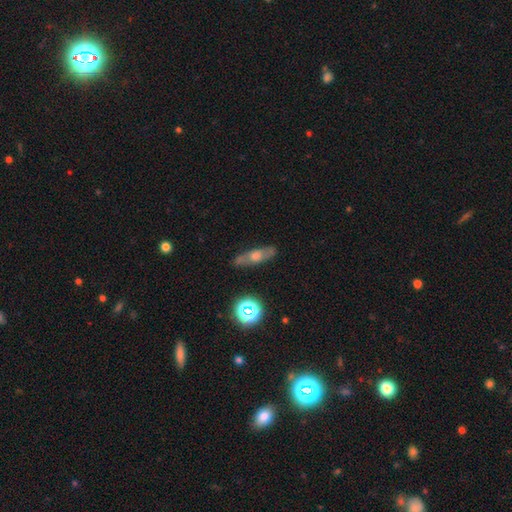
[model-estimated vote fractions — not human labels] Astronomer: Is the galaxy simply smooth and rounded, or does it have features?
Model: featured or disk — 52% (runner-up: smooth, 35%).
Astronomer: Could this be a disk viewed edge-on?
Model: yes — 56% (runner-up: no, 44%).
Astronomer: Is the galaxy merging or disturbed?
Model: none — 82%.